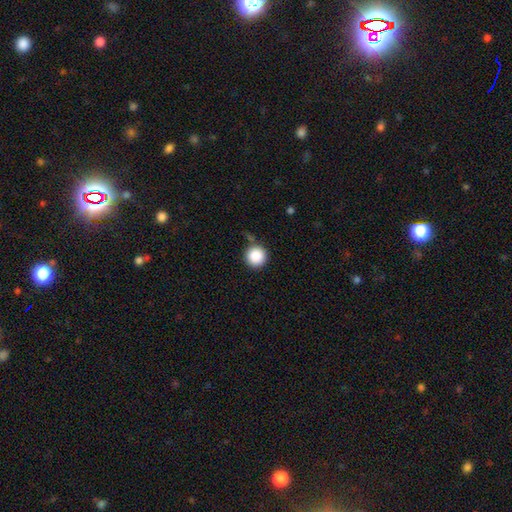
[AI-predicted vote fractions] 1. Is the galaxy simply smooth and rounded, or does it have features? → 87% smooth, 9% star or artifact, 4% featured or disk.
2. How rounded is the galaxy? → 96% round, 3% in between, 1% cigar-shaped.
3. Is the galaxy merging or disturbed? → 81% none, 11% minor disturbance, 4% merger, 3% major disturbance.